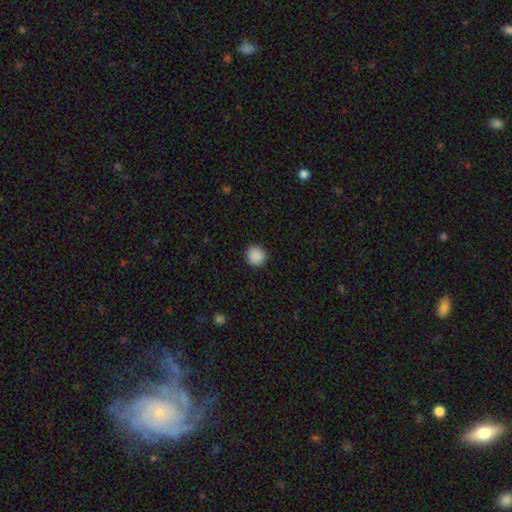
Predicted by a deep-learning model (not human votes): Smooth or featured: smooth — 90% (star or artifact — 8%)
How rounded: round — 93% (in between — 6%)
Merging: none — 92% (minor disturbance — 5%)